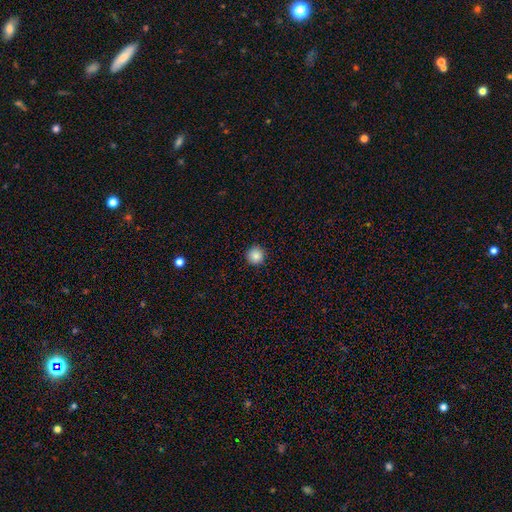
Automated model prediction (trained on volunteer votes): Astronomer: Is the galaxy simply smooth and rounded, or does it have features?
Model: smooth — 87%.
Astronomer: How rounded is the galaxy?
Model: round — 96%.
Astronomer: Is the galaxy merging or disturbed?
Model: none — 93%.